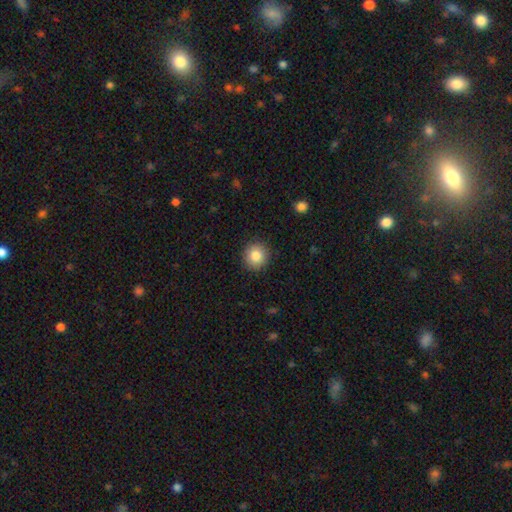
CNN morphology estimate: A smooth galaxy with no disk features (83%) that is round (92%).

Vote fractions:
- Smooth or featured? smooth: 83% / star or artifact: 9% / featured or disk: 7%
- How rounded? round: 92% / in between: 7% / cigar-shaped: 1%
- Merging? none: 91% / minor disturbance: 6% / major disturbance: 2% / merger: 1%